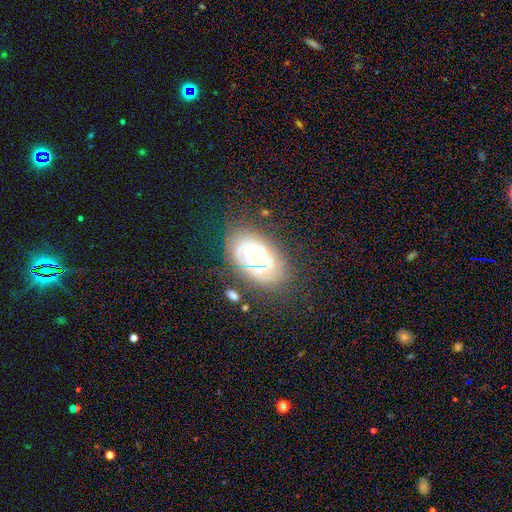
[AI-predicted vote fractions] featured or disk 63%, smooth 27%, star or artifact 11%. Down the decision tree: edge-on disk — no (95%); bar — no (80%); spiral arms — yes (74%); bulge size — small (67%); merging — none (68%).